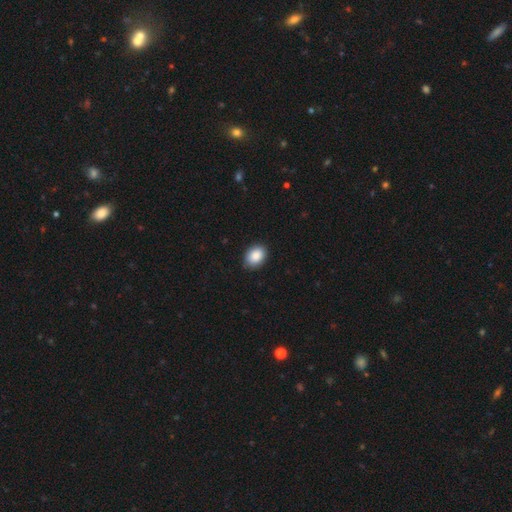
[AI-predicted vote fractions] Overall: smooth (89%). How rounded: in between (74%). Merging: none (87%).